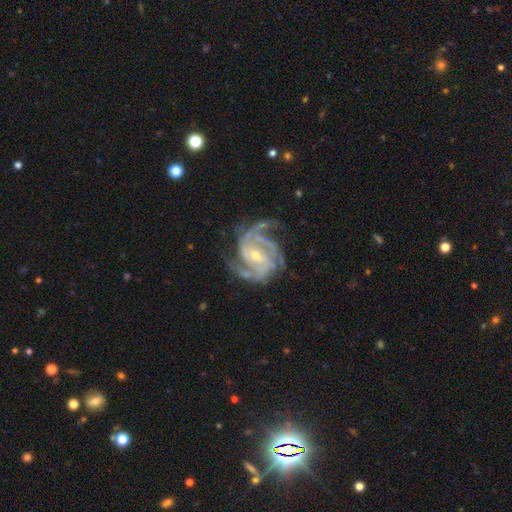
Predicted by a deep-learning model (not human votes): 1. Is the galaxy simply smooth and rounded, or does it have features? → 93% featured or disk, 5% star or artifact, 3% smooth.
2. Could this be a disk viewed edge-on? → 98% no, 2% yes.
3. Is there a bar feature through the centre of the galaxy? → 43% weak, 33% no, 24% strong.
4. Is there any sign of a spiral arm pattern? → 98% yes, 2% no.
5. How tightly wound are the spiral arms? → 47% medium, 43% tight, 9% loose.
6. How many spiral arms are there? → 39% 3, 21% 4, 17% 2, 10% can't tell, 6% more than 4, 6% 1.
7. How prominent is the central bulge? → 61% small, 35% moderate, 1% large, 1% none, 1% dominant.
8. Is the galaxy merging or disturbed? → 68% none, 18% minor disturbance, 12% major disturbance, 2% merger.